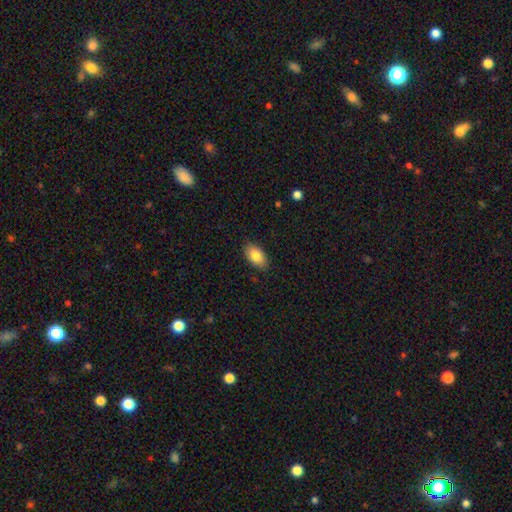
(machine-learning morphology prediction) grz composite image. It shows a smooth galaxy with no disk features (83%) that is in between round and cigar-shaped (93%). Merging: none (86%).